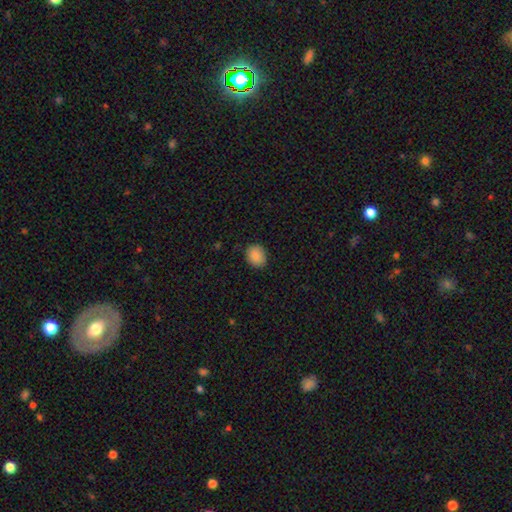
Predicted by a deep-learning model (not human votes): Smooth or featured: smooth — 88% (star or artifact — 8%)
How rounded: round — 67% (in between — 32%)
Merging: none — 86% (minor disturbance — 11%)